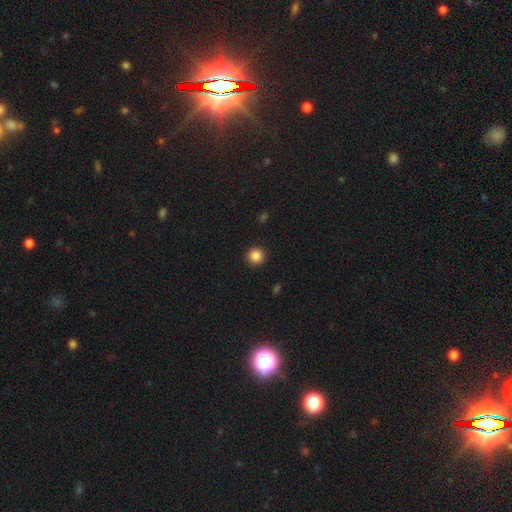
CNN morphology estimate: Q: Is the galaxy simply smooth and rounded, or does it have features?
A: smooth — 86%.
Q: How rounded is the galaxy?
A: round — 95%.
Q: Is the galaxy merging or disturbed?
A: none — 92%.